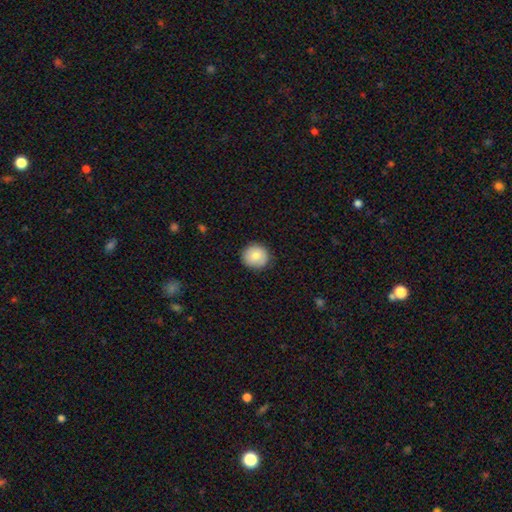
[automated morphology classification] This is likely a smooth galaxy (79%). How rounded: clearly round (91%). Merging: clearly none (89%).